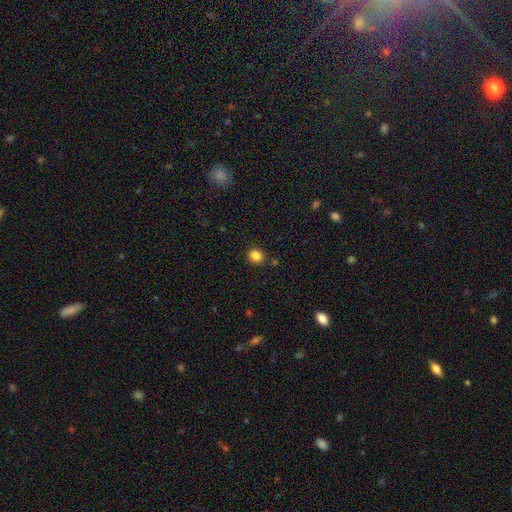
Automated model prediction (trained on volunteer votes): smooth-or-featured: smooth: 84% | star or artifact: 12% | featured or disk: 4%
  how-rounded: round: 86% | in between: 13% | cigar-shaped: 1%
  merging: none: 88% | minor disturbance: 7% | merger: 3% | major disturbance: 2%